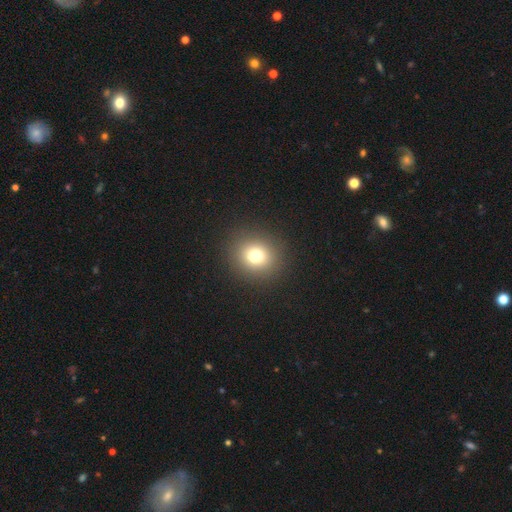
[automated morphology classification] Smooth or featured? Predicted: smooth (p=0.74). How rounded? Predicted: round (p=0.86). Merging? Predicted: none (p=0.91).